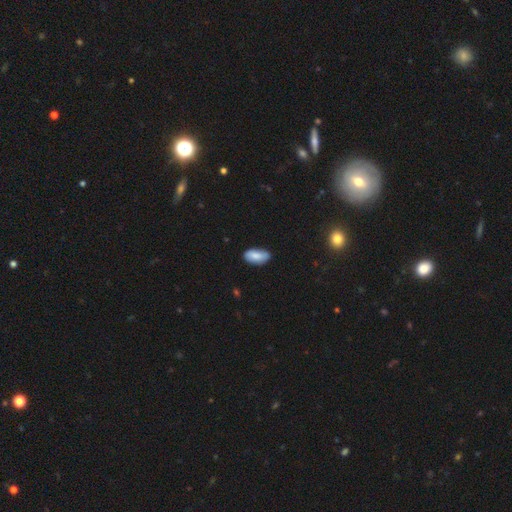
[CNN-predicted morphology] Smooth or featured?
  - smooth: 81% *
  - featured or disk: 12%
  - star or artifact: 7%
How rounded?
  - in between: 93% *
  - cigar-shaped: 4%
  - round: 3%
Merging?
  - none: 71% *
  - minor disturbance: 23%
  - major disturbance: 3%
  - merger: 2%